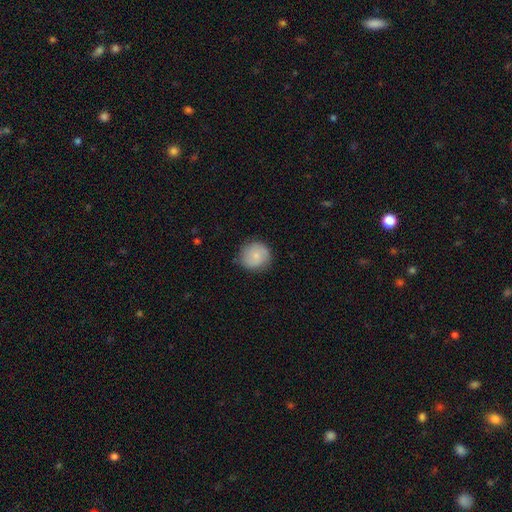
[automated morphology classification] Smooth or featured?
  - smooth: 72% *
  - featured or disk: 21%
  - star or artifact: 7%
How rounded?
  - round: 90% *
  - in between: 9%
  - cigar-shaped: 1%
Merging?
  - none: 80% *
  - minor disturbance: 15%
  - major disturbance: 3%
  - merger: 1%